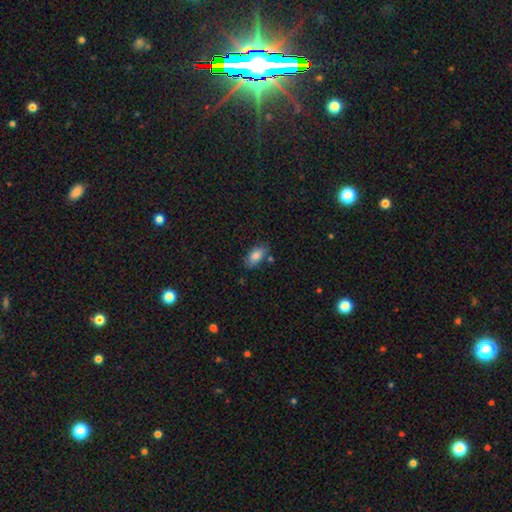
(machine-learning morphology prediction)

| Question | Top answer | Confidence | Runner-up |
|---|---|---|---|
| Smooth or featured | smooth | 82% | featured or disk (10%) |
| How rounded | in between | 90% | round (5%) |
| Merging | none | 72% | minor disturbance (18%) |